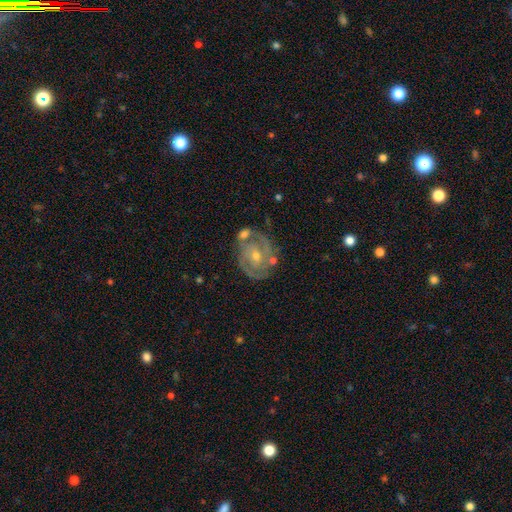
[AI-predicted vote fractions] Smooth or featured?
  - featured or disk: 87% *
  - smooth: 7%
  - star or artifact: 6%
Edge-on disk?
  - no: 98% *
  - yes: 2%
Bar?
  - no: 61% *
  - weak: 31%
  - strong: 8%
Spiral arms?
  - yes: 95% *
  - no: 5%
Spiral winding?
  - tight: 59% *
  - medium: 35%
  - loose: 7%
Spiral arm count?
  - 2: 63% *
  - 3: 15%
  - can't tell: 12%
  - 1: 4%
  - 4: 3%
  - more than 4: 3%
Bulge size?
  - small: 56% *
  - moderate: 41%
  - none: 1%
  - large: 1%
  - dominant: 1%
Merging?
  - none: 66% *
  - minor disturbance: 17%
  - merger: 10%
  - major disturbance: 7%